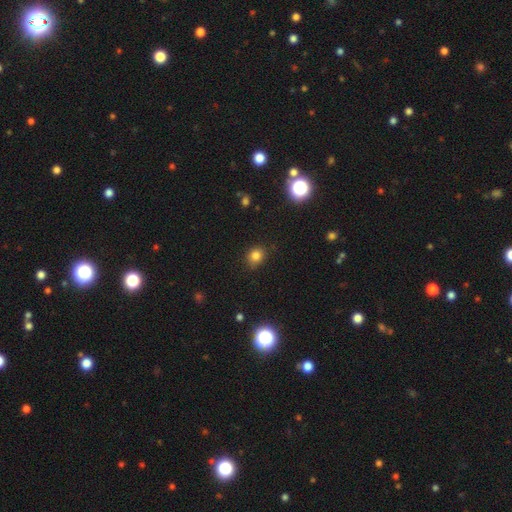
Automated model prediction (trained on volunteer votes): Q: Smooth or featured?
A: smooth (80%); runner-up: star or artifact (15%)
Q: How rounded?
A: round (67%); runner-up: in between (32%)
Q: Merging?
A: none (82%); runner-up: minor disturbance (13%)